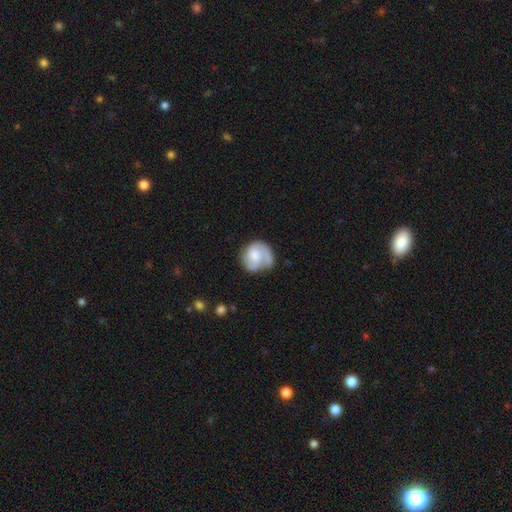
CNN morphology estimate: Smooth or featured?
  - featured or disk: 52% *
  - smooth: 41%
  - star or artifact: 7%
Edge-on disk?
  - no: 98% *
  - yes: 2%
Bar?
  - no: 71% *
  - weak: 25%
  - strong: 4%
Spiral arms?
  - yes: 81% *
  - no: 19%
Bulge size?
  - moderate: 37% *
  - small: 32%
  - none: 16%
  - large: 13%
  - dominant: 2%
Merging?
  - none: 56% *
  - minor disturbance: 25%
  - major disturbance: 15%
  - merger: 5%